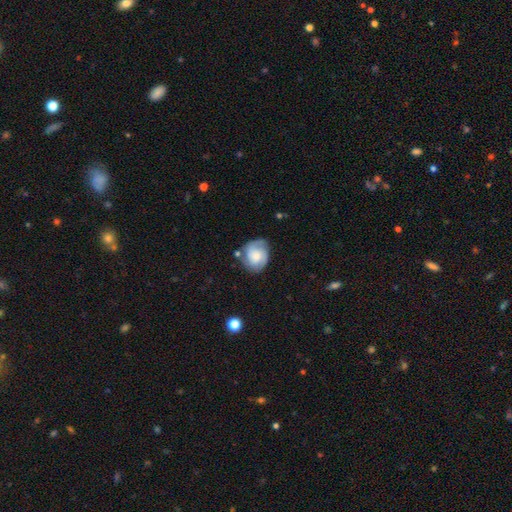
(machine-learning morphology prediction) A featured or disk galaxy (55%) with no bar (71%), spiral arms (86%) and a moderate central bulge (41%).

Vote fractions:
- Smooth or featured? featured or disk: 55% / smooth: 38% / star or artifact: 7%
- Edge-on disk? no: 97% / yes: 3%
- Bar? no: 71% / weak: 25% / strong: 4%
- Spiral arms? yes: 86% / no: 14%
- Bulge size? moderate: 41% / small: 33% / large: 15% / none: 8% / dominant: 3%
- Merging? none: 64% / minor disturbance: 24% / major disturbance: 8% / merger: 5%